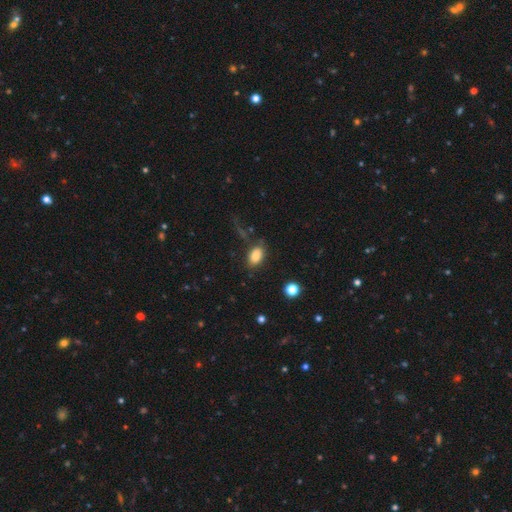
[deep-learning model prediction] The model was most divided on "merging": none: 76%, minor disturbance: 14%, major disturbance: 6%, merger: 4%. More confident: how rounded — in between (89%); smooth or featured — smooth (85%).